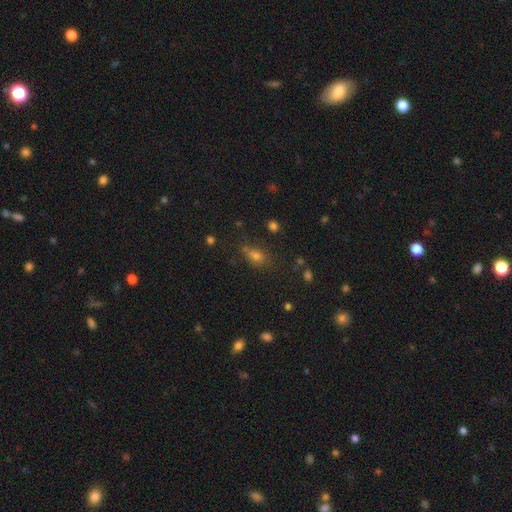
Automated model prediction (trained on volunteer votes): Q: Smooth or featured?
A: smooth (64%); runner-up: star or artifact (25%)
Q: How rounded?
A: in between (60%); runner-up: round (34%)
Q: Merging?
A: none (61%); runner-up: minor disturbance (19%)